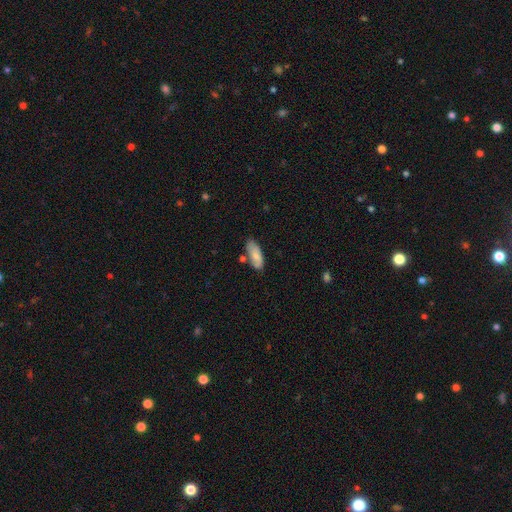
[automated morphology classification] smooth 80%, featured or disk 14%, star or artifact 6%. Down the decision tree: how rounded — in between (77%); merging — none (67%).